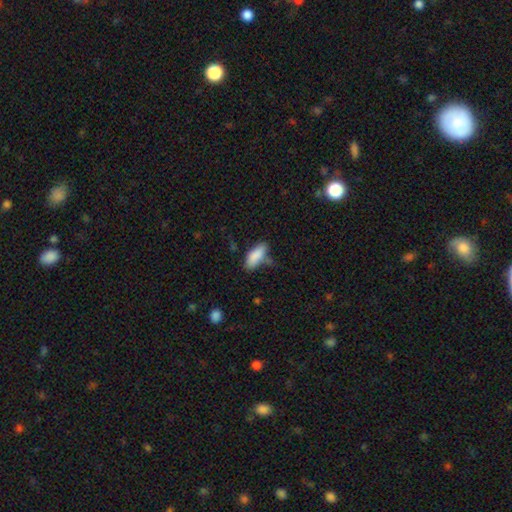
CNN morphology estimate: smooth-or-featured: smooth: 87% | star or artifact: 7% | featured or disk: 7%
  how-rounded: in between: 80% | cigar-shaped: 18% | round: 2%
  merging: none: 60% | minor disturbance: 24% | merger: 8% | major disturbance: 7%